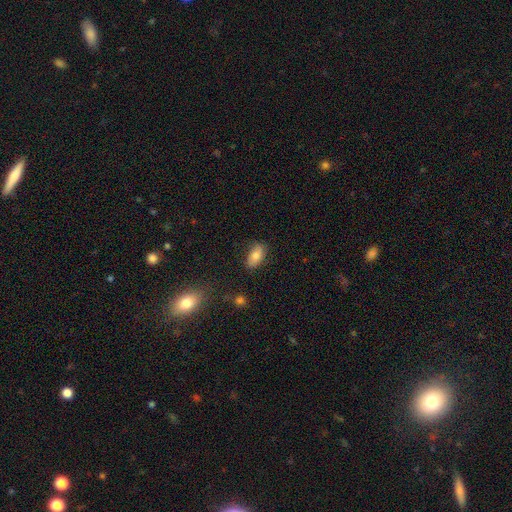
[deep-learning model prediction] A smooth galaxy with no disk features (78%) that is in between round and cigar-shaped (90%).

Vote fractions:
- Smooth or featured? smooth: 78% / featured or disk: 15% / star or artifact: 8%
- How rounded? in between: 90% / round: 5% / cigar-shaped: 5%
- Merging? none: 80% / minor disturbance: 16% / major disturbance: 3% / merger: 2%